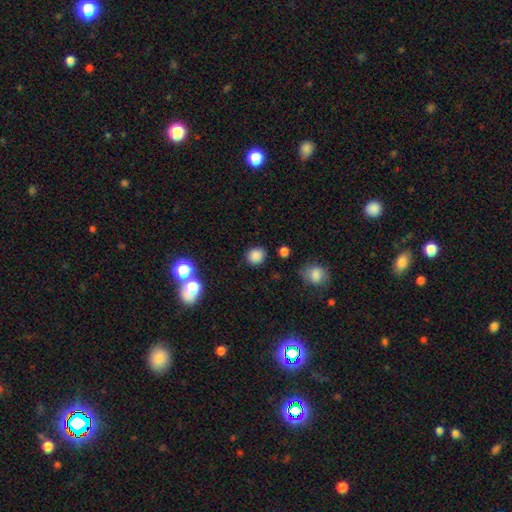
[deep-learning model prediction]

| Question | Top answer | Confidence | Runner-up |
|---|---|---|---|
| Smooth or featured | smooth | 84% | star or artifact (12%) |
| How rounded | round | 85% | in between (14%) |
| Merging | none | 85% | minor disturbance (9%) |